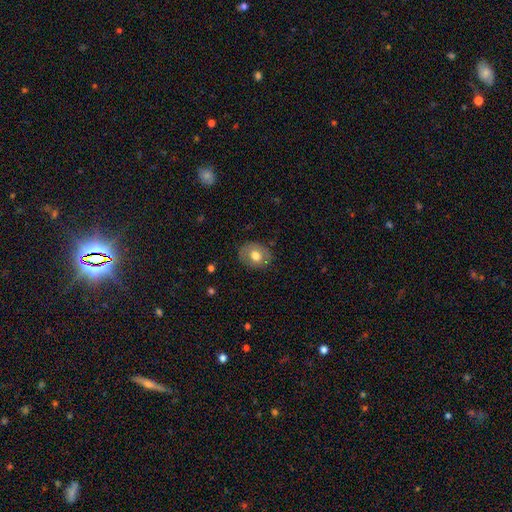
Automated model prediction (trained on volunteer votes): Smooth or featured: smooth — 70% (featured or disk — 22%)
How rounded: round — 57% (in between — 42%)
Merging: none — 83% (minor disturbance — 13%)